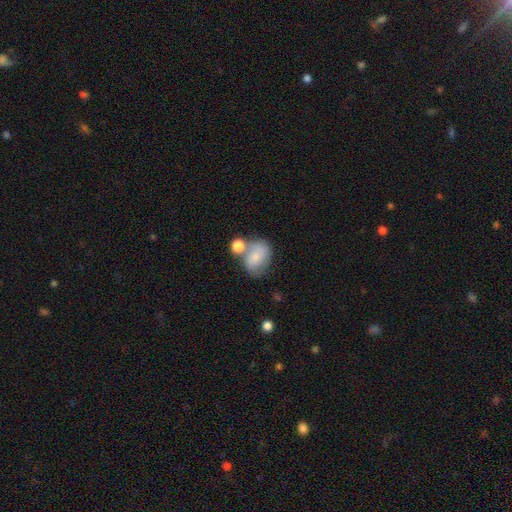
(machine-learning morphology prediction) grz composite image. It shows a smooth galaxy with no disk features (71%) that is in between round and cigar-shaped (60%). Merging: none (41%).